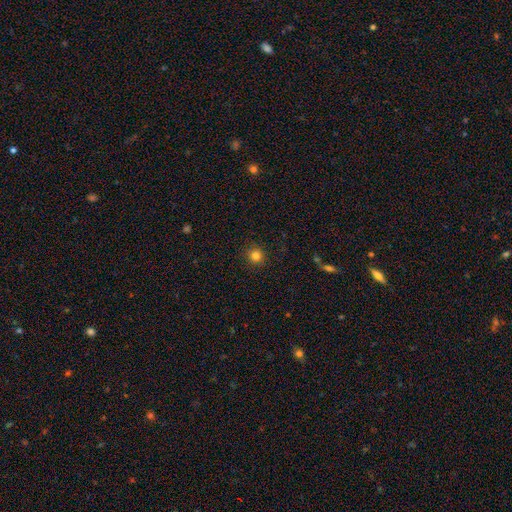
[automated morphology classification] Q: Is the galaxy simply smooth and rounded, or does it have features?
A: smooth — 82%.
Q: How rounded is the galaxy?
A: round — 93%.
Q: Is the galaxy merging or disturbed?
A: none — 92%.